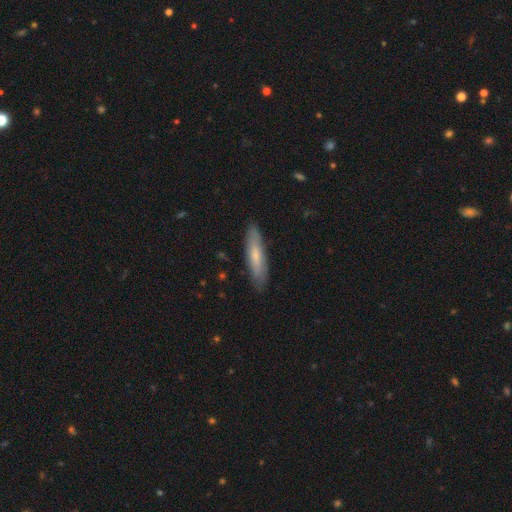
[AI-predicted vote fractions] Smooth or featured? smooth (62%)
How rounded? cigar-shaped (78%)
Merging? none (86%)